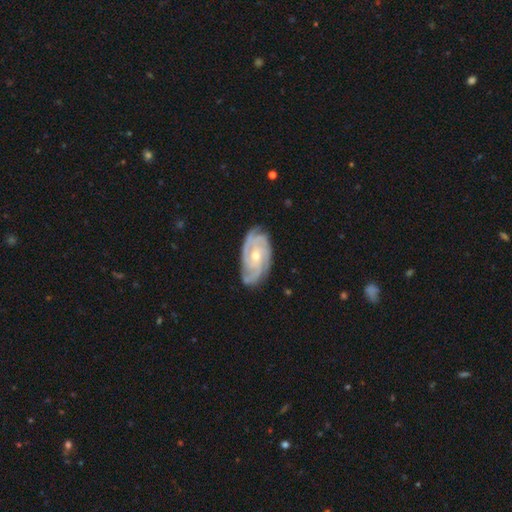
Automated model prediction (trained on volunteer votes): Smooth or featured?
  - featured or disk: 90% *
  - smooth: 6%
  - star or artifact: 4%
Edge-on disk?
  - no: 97% *
  - yes: 3%
Bar?
  - no: 66% *
  - weak: 27%
  - strong: 7%
Spiral arms?
  - yes: 98% *
  - no: 2%
Spiral winding?
  - tight: 69% *
  - medium: 26%
  - loose: 4%
Spiral arm count?
  - 3: 44% *
  - 4: 24%
  - can't tell: 12%
  - 2: 11%
  - more than 4: 5%
  - 1: 5%
Bulge size?
  - small: 49% *
  - moderate: 48%
  - large: 1%
  - none: 1%
  - dominant: 1%
Merging?
  - none: 80% *
  - minor disturbance: 16%
  - major disturbance: 3%
  - merger: 1%